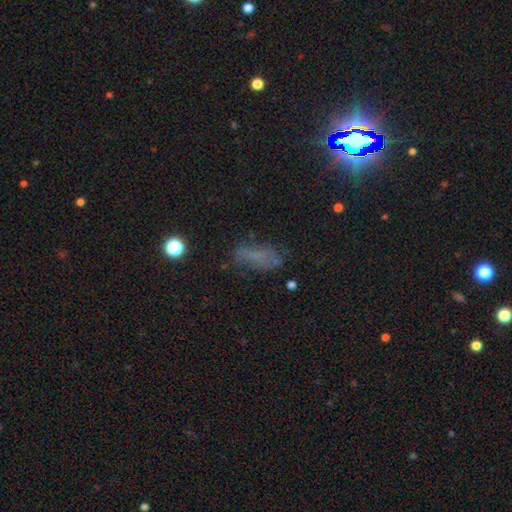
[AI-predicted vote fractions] smooth_or_featured: smooth (p=0.53) [alt: star or artifact p=0.24]
how_rounded: in between (p=0.70) [alt: cigar-shaped p=0.24]
merging: none (p=0.58) [alt: minor disturbance p=0.23]